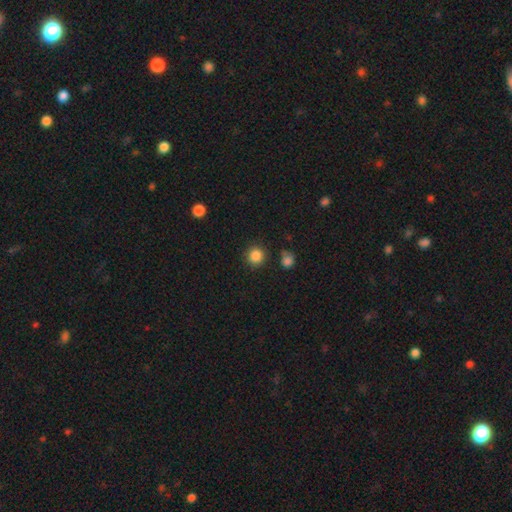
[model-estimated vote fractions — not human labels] A smooth galaxy with no disk features (86%) that is round (93%).

Vote fractions:
- Smooth or featured? smooth: 86% / star or artifact: 11% / featured or disk: 3%
- How rounded? round: 93% / in between: 6% / cigar-shaped: 1%
- Merging? none: 86% / minor disturbance: 7% / merger: 4% / major disturbance: 3%